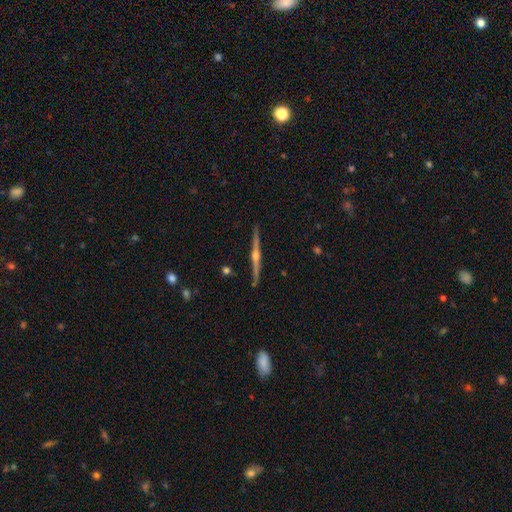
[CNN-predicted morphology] smooth_or_featured: featured or disk (p=0.86) [alt: smooth p=0.08]
disk_edge_on: yes (p=0.99) [alt: no p=0.01]
edge_on_bulge: rounded (p=0.93) [alt: boxy p=0.04]
merging: none (p=0.92) [alt: minor disturbance p=0.06]